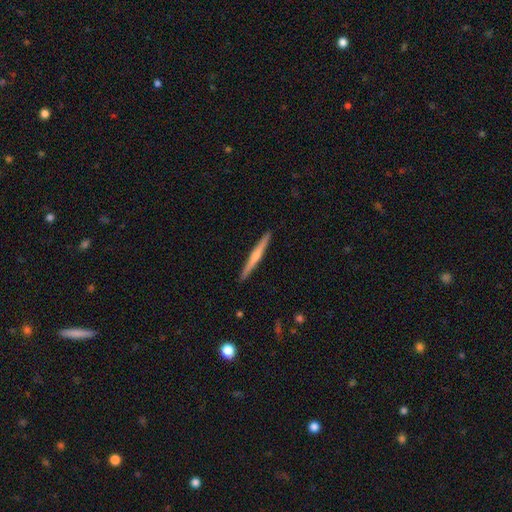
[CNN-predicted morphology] Smooth or featured?
  - featured or disk: 51% *
  - smooth: 44%
  - star or artifact: 5%
Edge-on disk?
  - yes: 98% *
  - no: 2%
Merging?
  - none: 92% *
  - minor disturbance: 6%
  - major disturbance: 1%
  - merger: 1%